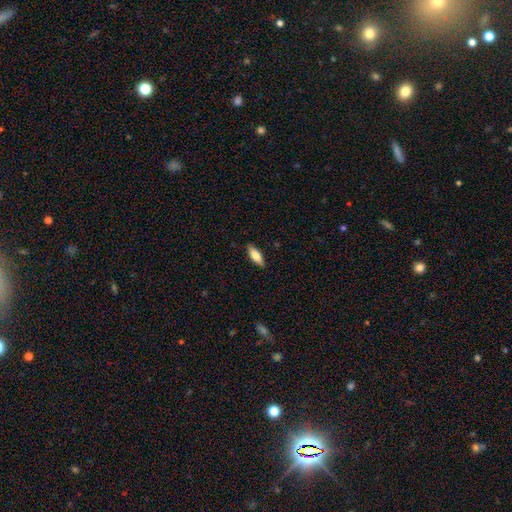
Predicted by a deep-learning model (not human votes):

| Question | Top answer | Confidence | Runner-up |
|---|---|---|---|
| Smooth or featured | smooth | 67% | featured or disk (27%) |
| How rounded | in between | 62% | cigar-shaped (36%) |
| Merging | none | 88% | minor disturbance (9%) |